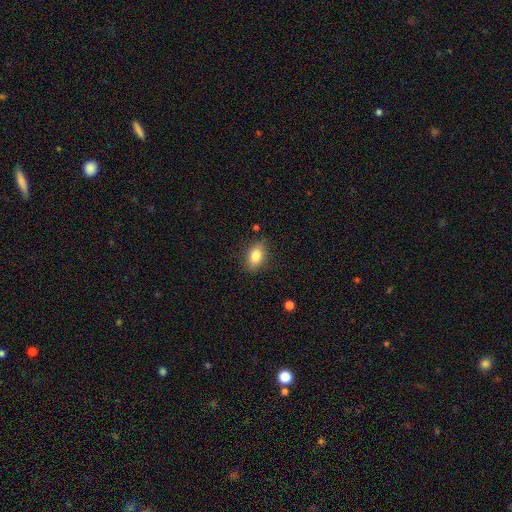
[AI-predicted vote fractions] Morphology: type=smooth (81%); roundness=in between (86%); merging=none (83%).